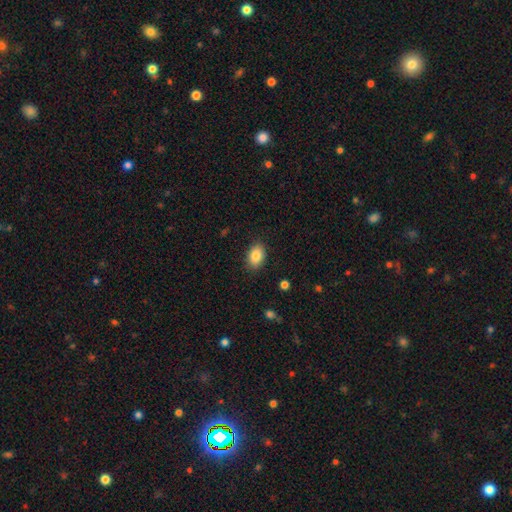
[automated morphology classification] A smooth galaxy with no disk features (85%) that is in between round and cigar-shaped (83%).

Vote fractions:
- Smooth or featured? smooth: 85% / star or artifact: 8% / featured or disk: 7%
- How rounded? in between: 83% / round: 15% / cigar-shaped: 1%
- Merging? none: 87% / minor disturbance: 10% / major disturbance: 3% / merger: 1%